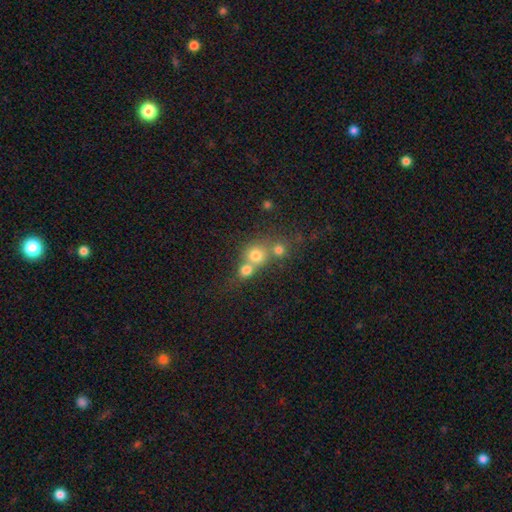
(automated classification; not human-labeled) Morphology: type=smooth (73%); roundness=round (84%); merging=merger (48%).